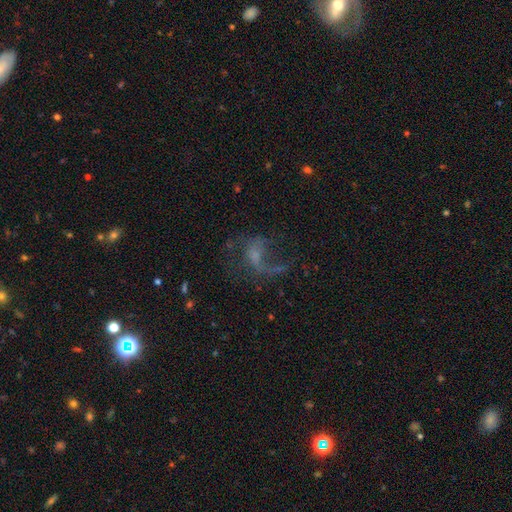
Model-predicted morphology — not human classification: This is likely a featured or disk galaxy (64%). It is clearly not viewed edge-on (97%). Bar: likely no (62%). Spiral arm pattern: likely yes (70%). Central bulge: marginally small (43%). Merging: marginally major disturbance (45%).